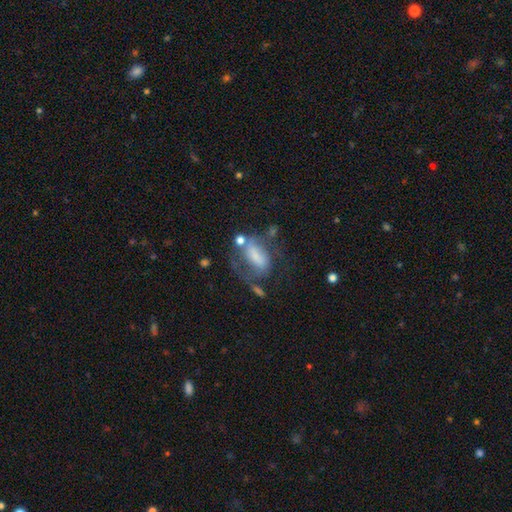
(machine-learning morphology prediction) A featured or disk galaxy (56%) with a weak bar (37%), spiral arms (72%) and a small central bulge (39%).

Vote fractions:
- Smooth or featured? featured or disk: 56% / smooth: 34% / star or artifact: 10%
- Edge-on disk? no: 95% / yes: 5%
- Bar? weak: 37% / no: 33% / strong: 29%
- Spiral arms? yes: 72% / no: 28%
- Bulge size? small: 39% / moderate: 23% / none: 23% / large: 11% / dominant: 3%
- Merging? major disturbance: 35% / none: 32% / minor disturbance: 20% / merger: 13%